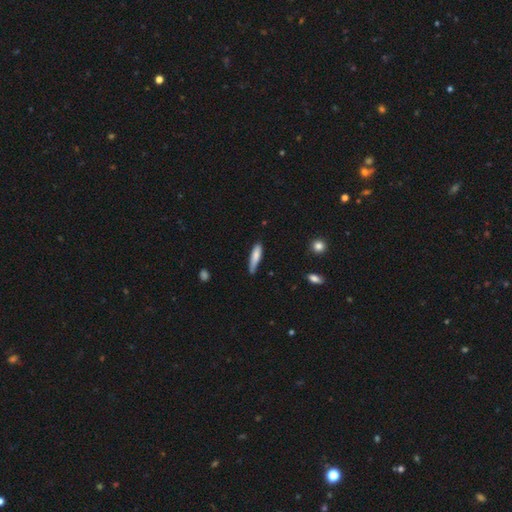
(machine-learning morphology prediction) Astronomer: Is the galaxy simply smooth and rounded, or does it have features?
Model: smooth — 79%.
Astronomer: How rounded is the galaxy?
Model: cigar-shaped — 76%.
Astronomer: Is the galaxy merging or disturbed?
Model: none — 62%.